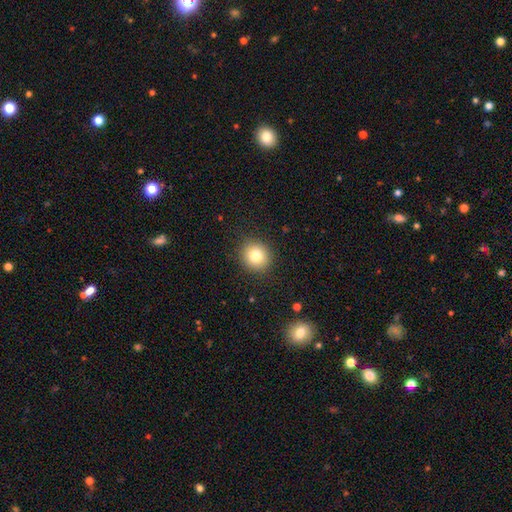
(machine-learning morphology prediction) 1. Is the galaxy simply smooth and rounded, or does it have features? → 80% smooth, 11% star or artifact, 9% featured or disk.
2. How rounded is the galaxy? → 87% round, 12% in between, 1% cigar-shaped.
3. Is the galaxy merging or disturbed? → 90% none, 7% minor disturbance, 2% major disturbance, 1% merger.